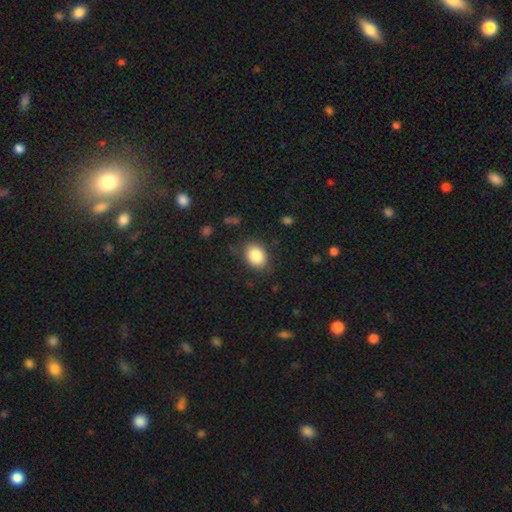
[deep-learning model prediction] smooth-or-featured: smooth: 85% | star or artifact: 8% | featured or disk: 6%
  how-rounded: in between: 61% | round: 38% | cigar-shaped: 1%
  merging: none: 83% | minor disturbance: 12% | major disturbance: 4% | merger: 1%